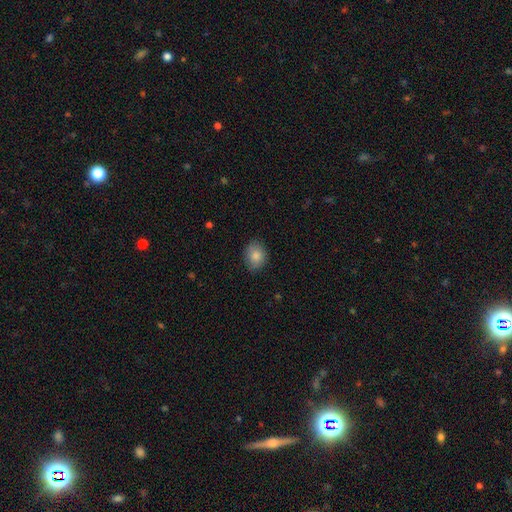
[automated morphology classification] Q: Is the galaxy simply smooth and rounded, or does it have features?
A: smooth — 85%.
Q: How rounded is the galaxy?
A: in between — 53%.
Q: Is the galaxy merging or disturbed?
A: none — 82%.